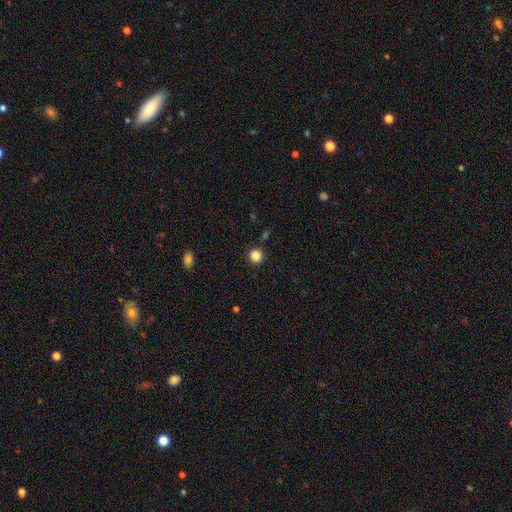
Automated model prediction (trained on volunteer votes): Smooth or featured? smooth (85%)
How rounded? round (94%)
Merging? none (89%)